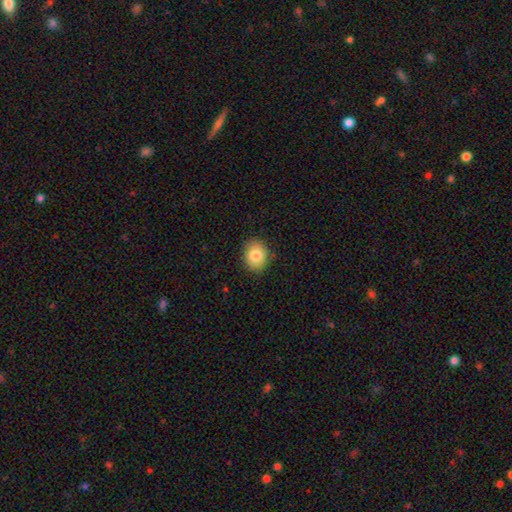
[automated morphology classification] Smooth or featured: smooth — 83% (featured or disk — 9%)
How rounded: round — 57% (in between — 42%)
Merging: none — 87% (minor disturbance — 10%)